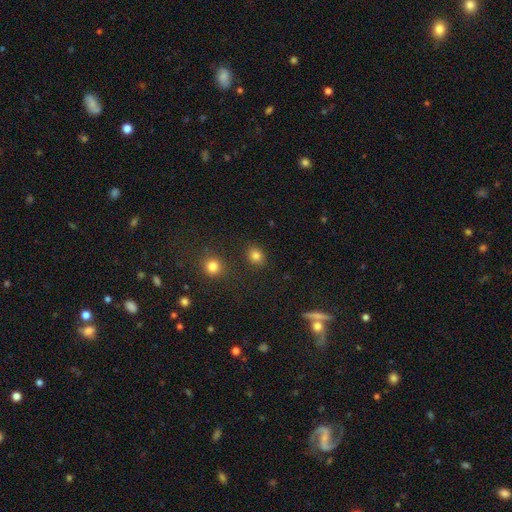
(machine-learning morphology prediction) Smooth or featured? Predicted: smooth (p=0.82). How rounded? Predicted: round (p=0.59). Merging? Predicted: none (p=0.85).